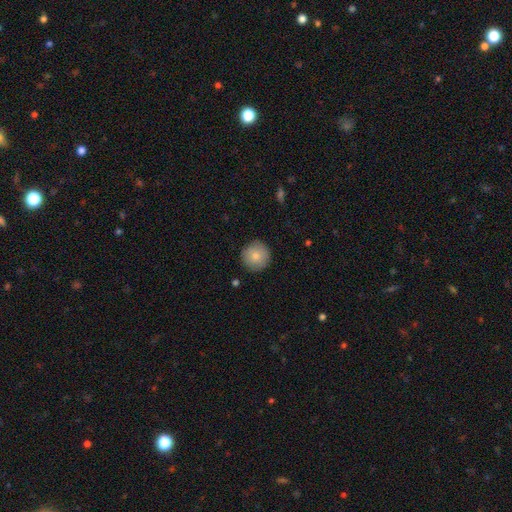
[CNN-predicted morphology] smooth 83%, featured or disk 10%, star or artifact 7%. Down the decision tree: how rounded — round (96%); merging — none (90%).